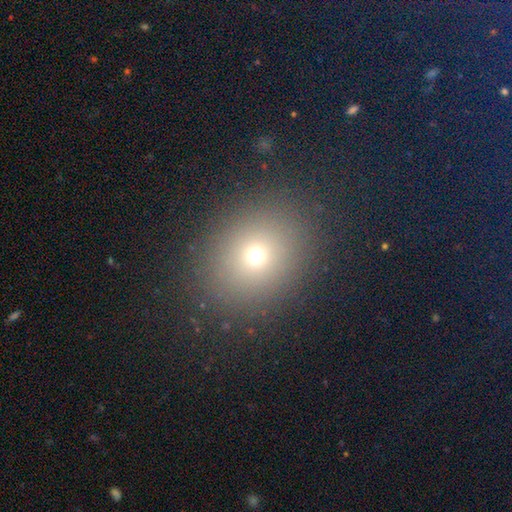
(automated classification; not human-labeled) smooth-or-featured: smooth: 68% | star or artifact: 21% | featured or disk: 11%
  how-rounded: round: 65% | in between: 34% | cigar-shaped: 1%
  merging: none: 87% | minor disturbance: 8% | major disturbance: 4% | merger: 1%